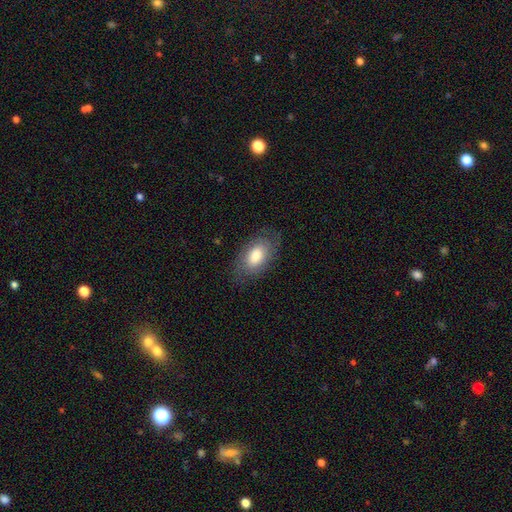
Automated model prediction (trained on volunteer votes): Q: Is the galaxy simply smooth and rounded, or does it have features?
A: smooth — 68%.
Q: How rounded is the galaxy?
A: in between — 92%.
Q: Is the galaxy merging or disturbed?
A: none — 76%.